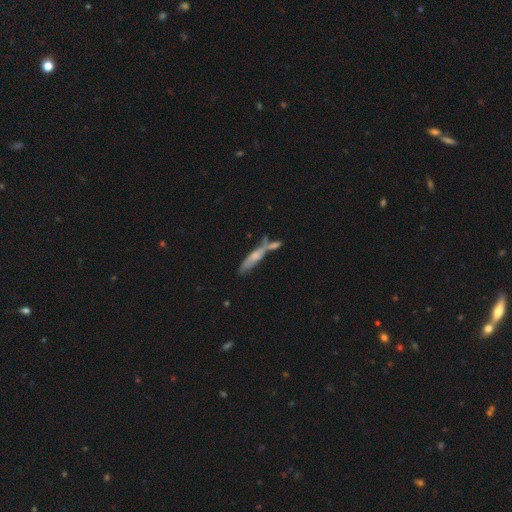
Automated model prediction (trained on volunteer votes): Morphology: type=smooth (51%); roundness=cigar-shaped (80%); merging=none (47%).